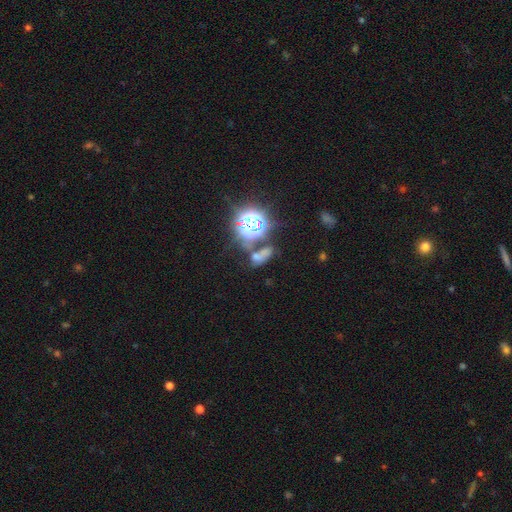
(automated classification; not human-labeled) Smooth or featured: star or artifact — 52% (smooth — 35%)